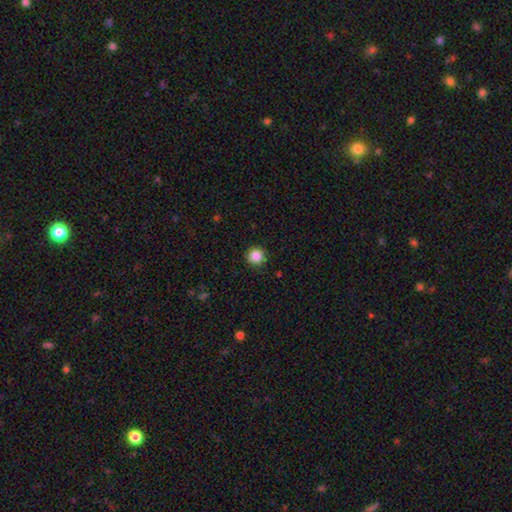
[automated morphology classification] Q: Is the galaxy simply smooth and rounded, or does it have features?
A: smooth — 86%.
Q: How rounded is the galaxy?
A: round — 95%.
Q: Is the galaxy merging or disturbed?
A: none — 92%.